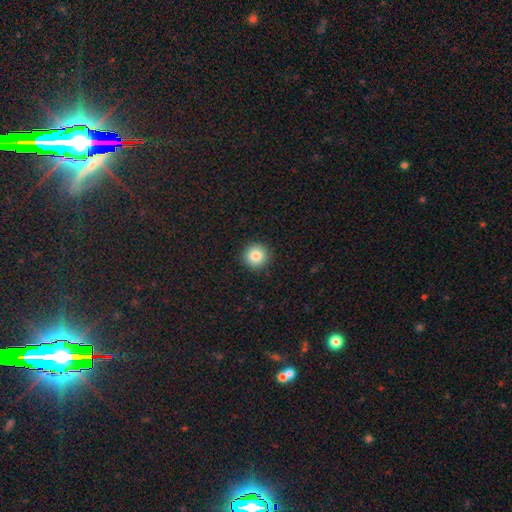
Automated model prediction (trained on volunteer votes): A smooth galaxy with no disk features (84%) that is round (95%).

Vote fractions:
- Smooth or featured? smooth: 84% / star or artifact: 10% / featured or disk: 6%
- How rounded? round: 95% / in between: 4% / cigar-shaped: 1%
- Merging? none: 93% / minor disturbance: 5% / major disturbance: 2% / merger: 1%